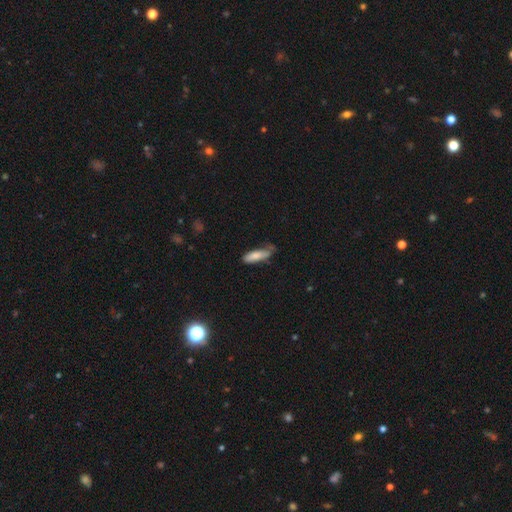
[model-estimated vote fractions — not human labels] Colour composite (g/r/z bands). It shows a smooth galaxy with no disk features (79%) that is cigar-shaped (55%). Merging: none (55%).